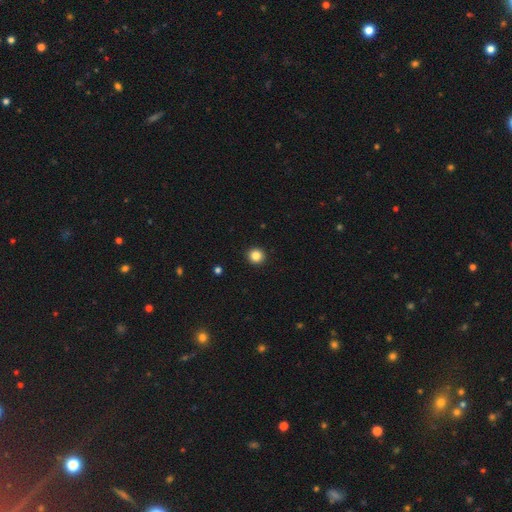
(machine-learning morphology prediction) A smooth galaxy with no disk features (85%) that is round (94%). Merging: none (94%).